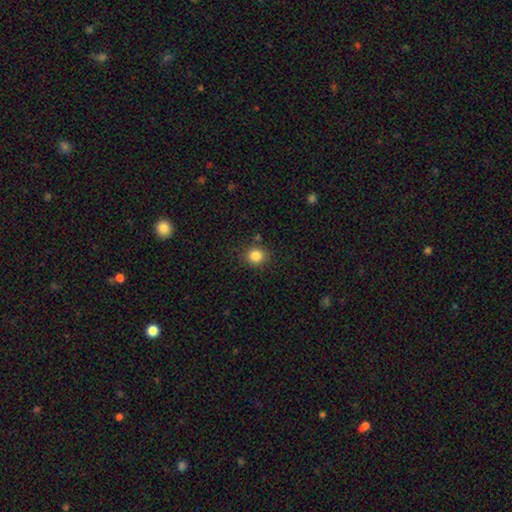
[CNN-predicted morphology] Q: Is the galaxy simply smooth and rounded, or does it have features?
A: smooth — 85%.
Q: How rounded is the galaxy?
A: round — 85%.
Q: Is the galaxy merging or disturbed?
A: none — 87%.